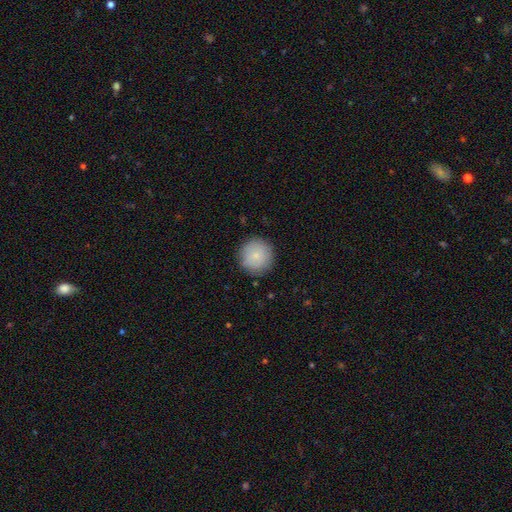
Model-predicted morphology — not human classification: Overall: smooth (83%). How rounded: round (94%). Merging: none (87%).